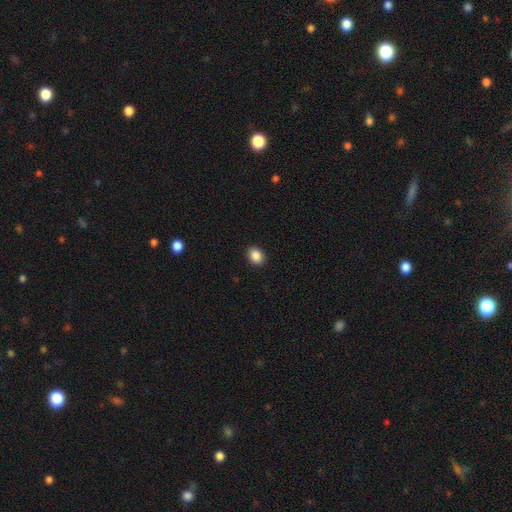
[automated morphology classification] type=smooth (88%); roundness=in between (54%); merging=none (91%).